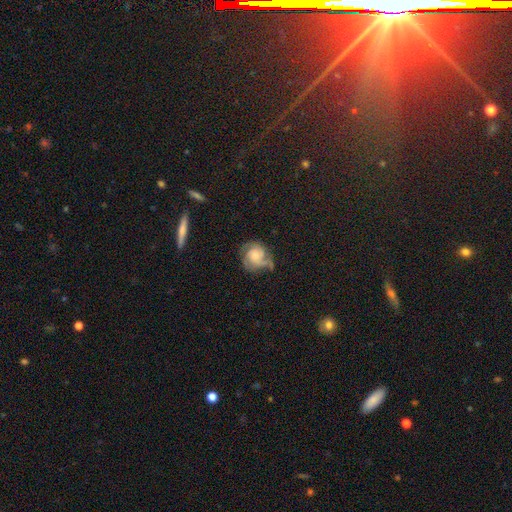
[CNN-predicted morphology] Q: Smooth or featured?
A: featured or disk (72%); runner-up: smooth (20%)
Q: Edge-on disk?
A: no (98%); runner-up: yes (2%)
Q: Bar?
A: no (73%); runner-up: weak (23%)
Q: Spiral arms?
A: yes (93%); runner-up: no (7%)
Q: Spiral winding?
A: tight (48%); runner-up: medium (40%)
Q: Spiral arm count?
A: 2 (41%); runner-up: 3 (27%)
Q: Bulge size?
A: small (39%); runner-up: moderate (29%)
Q: Merging?
A: none (55%); runner-up: minor disturbance (26%)